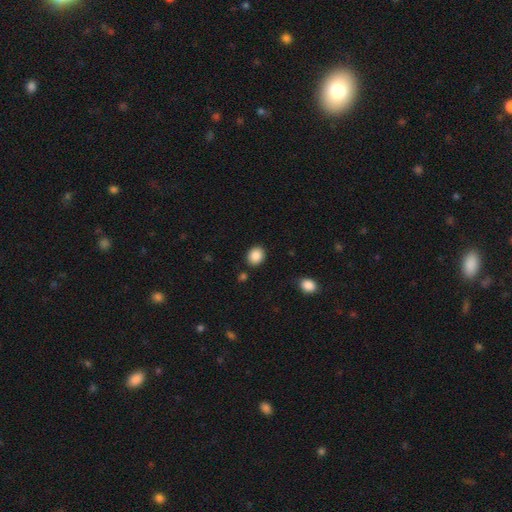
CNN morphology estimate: A smooth galaxy with no disk features (88%) that is round (58%).

Vote fractions:
- Smooth or featured? smooth: 88% / star or artifact: 8% / featured or disk: 4%
- How rounded? round: 58% / in between: 41% / cigar-shaped: 1%
- Merging? none: 87% / minor disturbance: 8% / merger: 3% / major disturbance: 2%